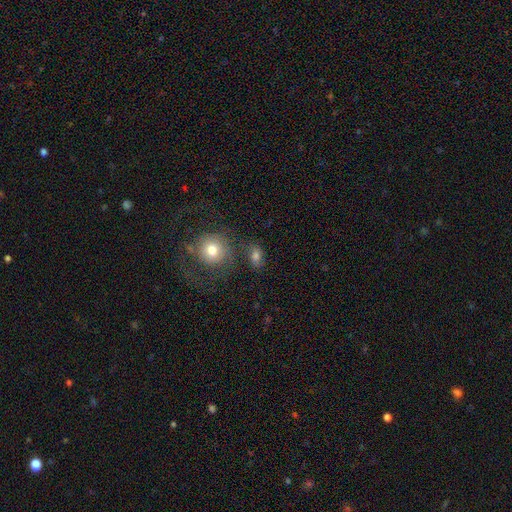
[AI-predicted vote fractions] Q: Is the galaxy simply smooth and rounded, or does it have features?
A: smooth — 74%.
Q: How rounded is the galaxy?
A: in between — 62%.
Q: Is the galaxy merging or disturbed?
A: none — 61%.